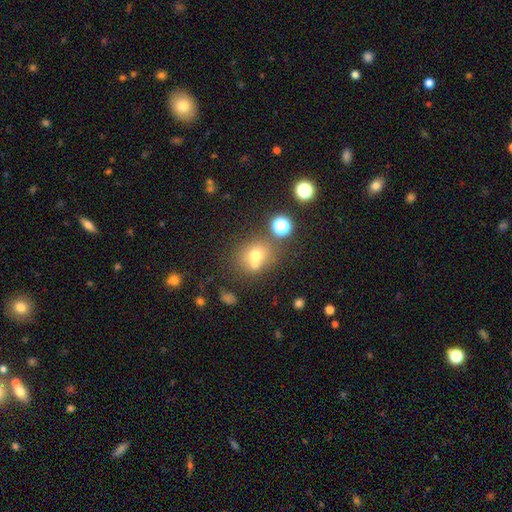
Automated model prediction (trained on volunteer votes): smooth-or-featured: smooth: 65% | star or artifact: 18% | featured or disk: 17%
  how-rounded: round: 73% | in between: 26% | cigar-shaped: 1%
  merging: none: 51% | merger: 33% | minor disturbance: 11% | major disturbance: 5%